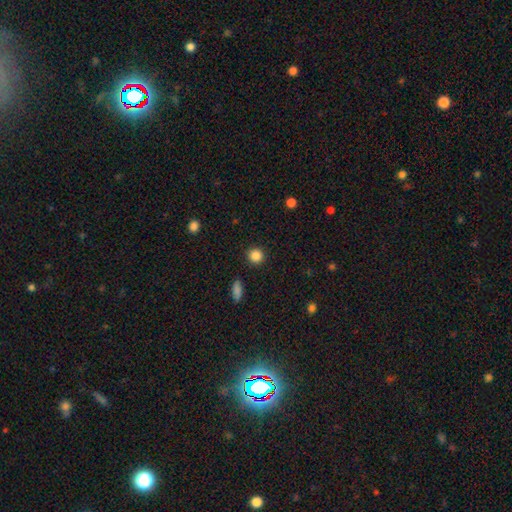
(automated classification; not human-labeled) Q: Smooth or featured?
A: smooth (86%); runner-up: star or artifact (10%)
Q: How rounded?
A: round (92%); runner-up: in between (7%)
Q: Merging?
A: none (91%); runner-up: minor disturbance (5%)